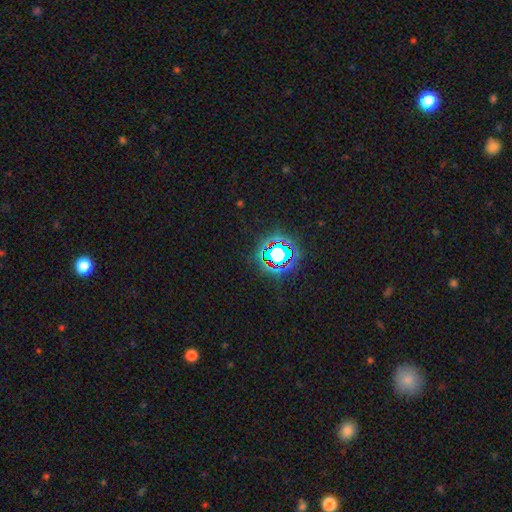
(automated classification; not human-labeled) Smooth or featured: star or artifact — 81% (smooth — 13%)